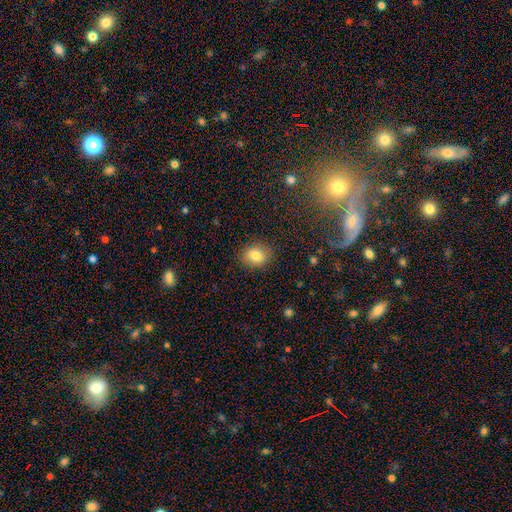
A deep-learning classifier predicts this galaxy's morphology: This appears to be a smooth galaxy with no disk features (79%) that is round (53%). Merging: none (87%).